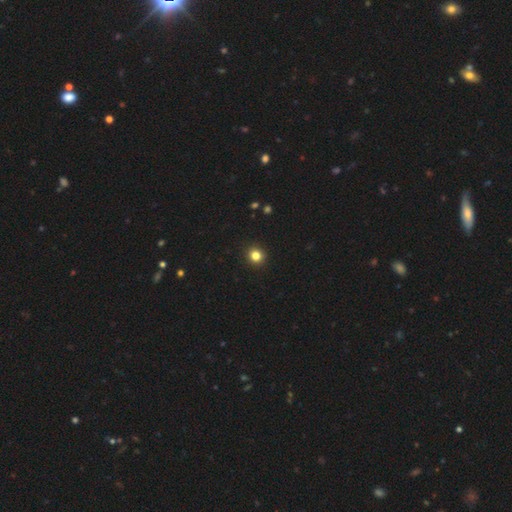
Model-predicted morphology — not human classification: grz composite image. It shows a smooth galaxy with no disk features (82%) that is round (92%). Merging: none (93%).